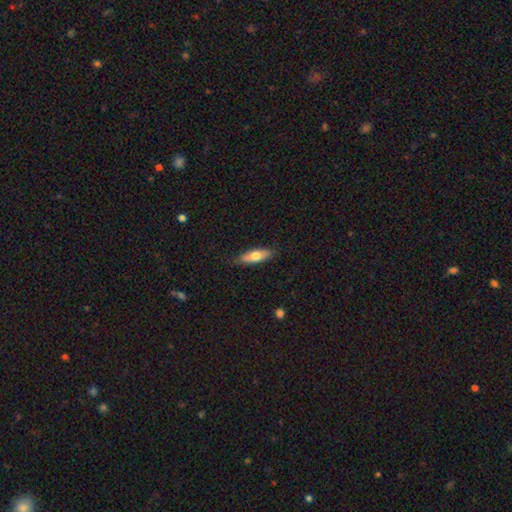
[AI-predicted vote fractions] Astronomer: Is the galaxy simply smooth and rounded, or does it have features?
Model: smooth — 67%.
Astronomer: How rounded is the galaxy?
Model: in between — 57% (runner-up: cigar-shaped, 40%).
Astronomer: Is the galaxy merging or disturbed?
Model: none — 83%.